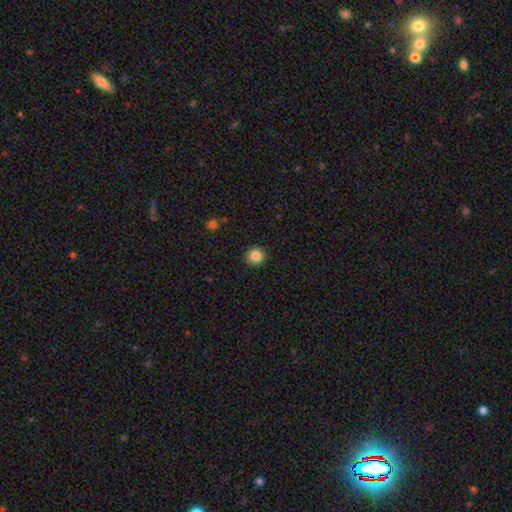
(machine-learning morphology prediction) smooth-or-featured: smooth: 84% | star or artifact: 11% | featured or disk: 6%
  how-rounded: round: 94% | in between: 5% | cigar-shaped: 1%
  merging: none: 93% | minor disturbance: 5% | major disturbance: 2% | merger: 1%